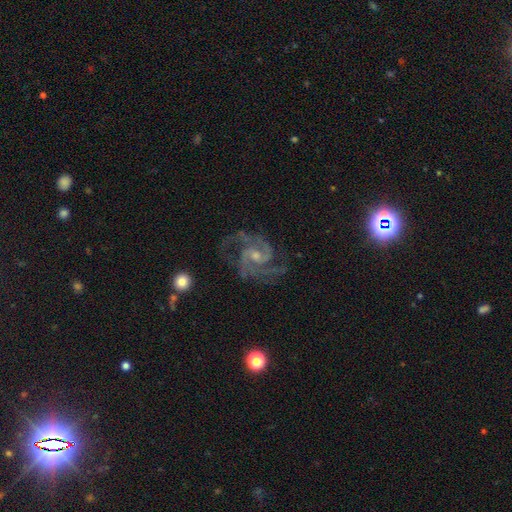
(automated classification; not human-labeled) smooth-or-featured: featured or disk: 92% | star or artifact: 6% | smooth: 3%
  disk-edge-on: no: 98% | yes: 2%
    bar: weak: 44% (tied) | no: 44% (tied) | strong: 13%
    has-spiral-arms: yes: 99% | no: 1%
      spiral-winding: medium: 57% | tight: 33% | loose: 10%
      spiral-arm-count: 2: 47% | 3: 30% | can't tell: 7% | 4: 6% | 1: 5% | more than 4: 5%
    bulge-size: small: 58% | moderate: 37% | none: 3% | large: 1% | dominant: 1%
  merging: none: 74% | minor disturbance: 16% | major disturbance: 9% | merger: 2%